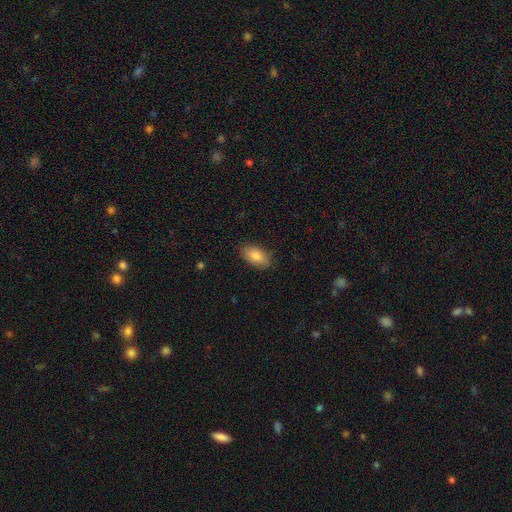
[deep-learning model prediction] Smooth or featured? smooth (84%)
How rounded? in between (92%)
Merging? none (86%)